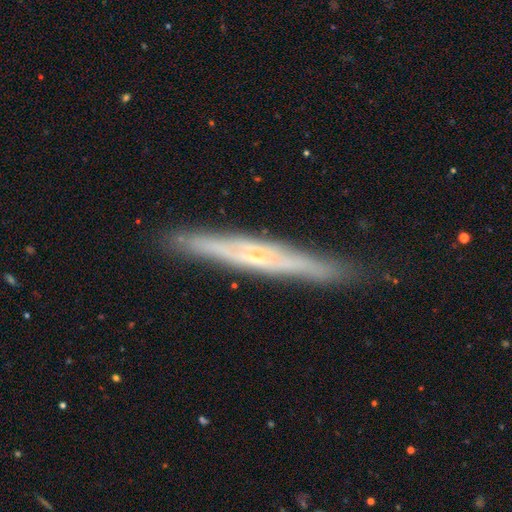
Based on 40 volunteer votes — This appears to be a featured or disk galaxy (60%) viewed edge-on (100%) with no central bulge (38%, tied with rounded). Merging: none (78%).